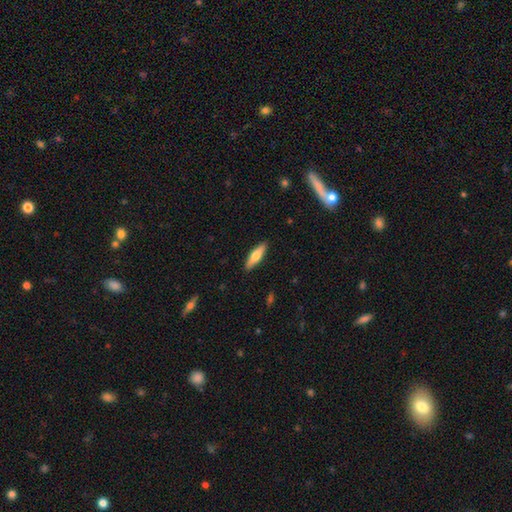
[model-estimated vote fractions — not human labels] smooth_or_featured: smooth (p=0.60) [alt: featured or disk p=0.34]
how_rounded: cigar-shaped (p=0.64) [alt: in between p=0.34]
merging: none (p=0.90) [alt: minor disturbance p=0.08]